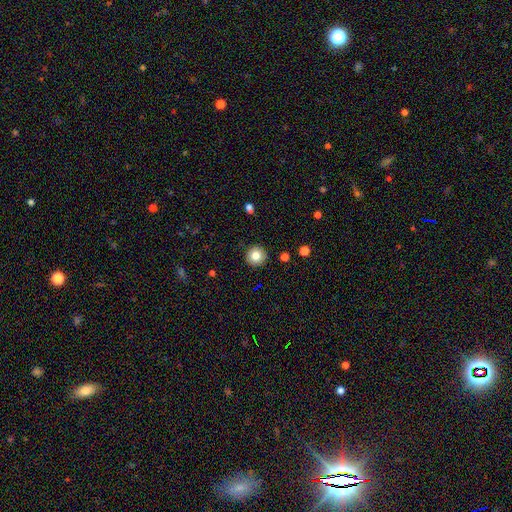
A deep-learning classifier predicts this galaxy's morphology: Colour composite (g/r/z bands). It shows a smooth galaxy with no disk features (81%) that is round (95%). Merging: none (91%).